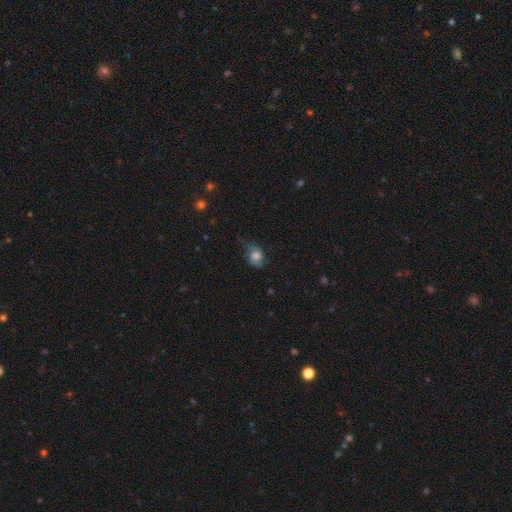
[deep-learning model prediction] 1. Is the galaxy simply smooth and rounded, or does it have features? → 50% featured or disk, 40% smooth, 10% star or artifact.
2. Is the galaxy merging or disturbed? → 46% none, 31% minor disturbance, 21% major disturbance, 2% merger.